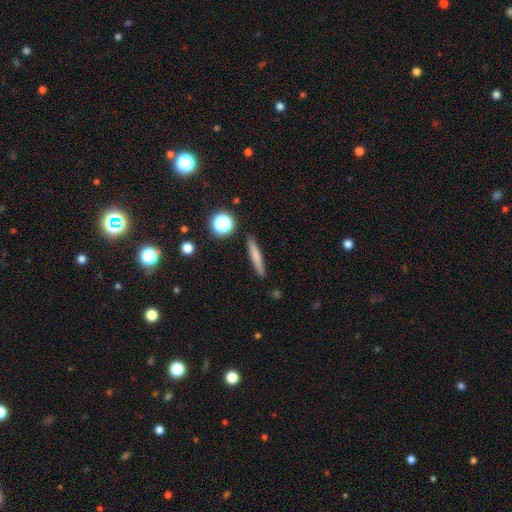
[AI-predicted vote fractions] The model was most divided on "smooth or featured": smooth: 72%, featured or disk: 19%, star or artifact: 9%. More confident: how rounded — cigar-shaped (92%); merging — none (89%).